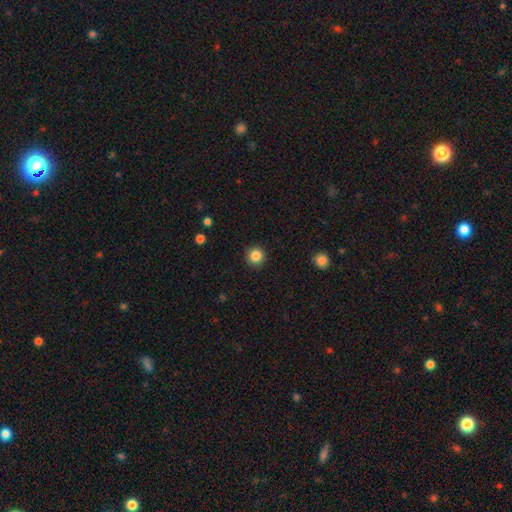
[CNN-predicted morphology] This is clearly a smooth galaxy (85%). How rounded: clearly round (95%). Merging: clearly none (92%).